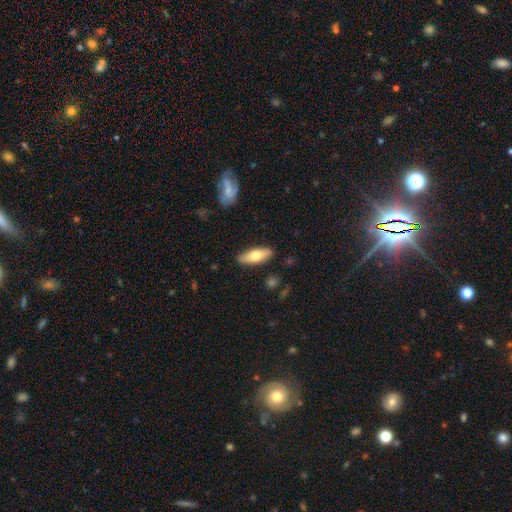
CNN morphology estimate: smooth 66%, featured or disk 28%, star or artifact 6%. Down the decision tree: how rounded — in between (65%); merging — none (88%).